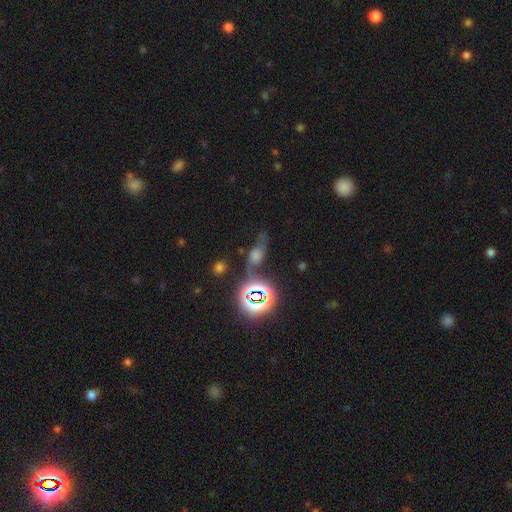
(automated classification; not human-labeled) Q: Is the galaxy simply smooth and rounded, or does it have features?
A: star or artifact — 39%.